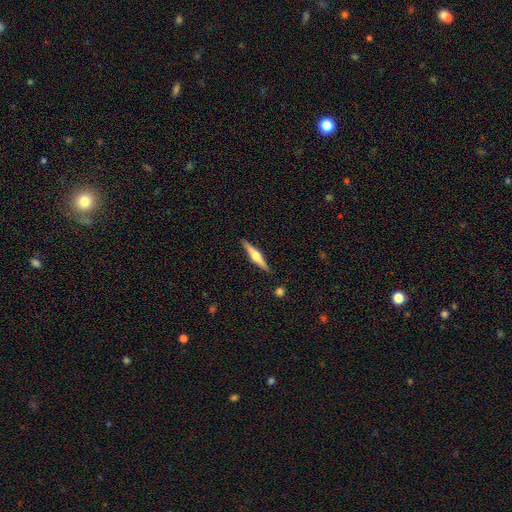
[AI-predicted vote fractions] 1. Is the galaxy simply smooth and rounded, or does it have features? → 69% featured or disk, 26% smooth, 5% star or artifact.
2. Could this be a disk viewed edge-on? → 98% yes, 2% no.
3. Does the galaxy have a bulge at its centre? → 93% rounded, 5% boxy, 3% none.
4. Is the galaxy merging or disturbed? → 89% none, 7% minor disturbance, 2% merger, 2% major disturbance.